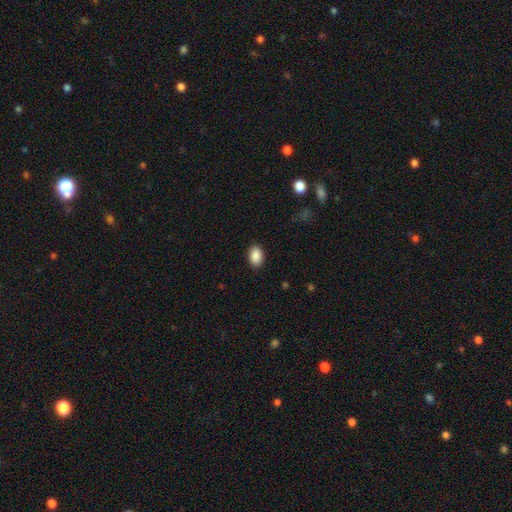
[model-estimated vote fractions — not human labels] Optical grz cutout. It shows a smooth galaxy with no disk features (89%) that is in between round and cigar-shaped (90%). Merging: none (89%).